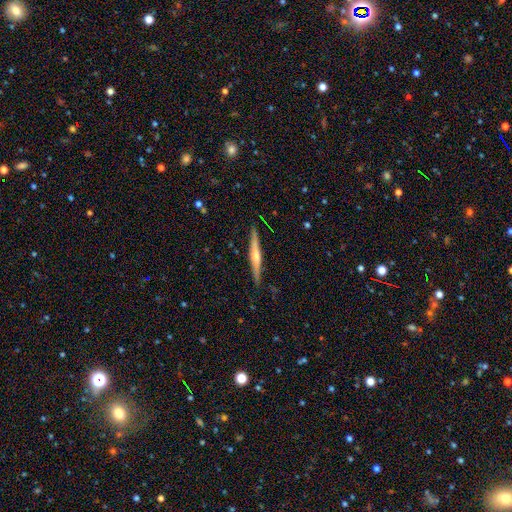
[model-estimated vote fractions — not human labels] The model was most divided on "smooth or featured": featured or disk: 68%, smooth: 26%, star or artifact: 6%. More confident: edge-on disk — yes (98%); merging — none (89%); edge-on bulge — rounded (75%).